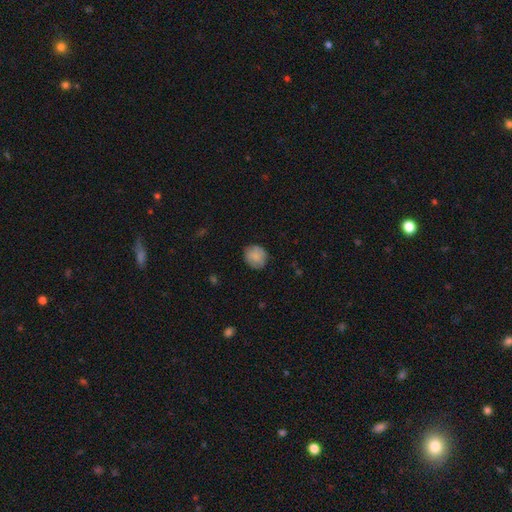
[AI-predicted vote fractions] Smooth or featured? smooth (80%)
How rounded? round (80%)
Merging? none (78%)